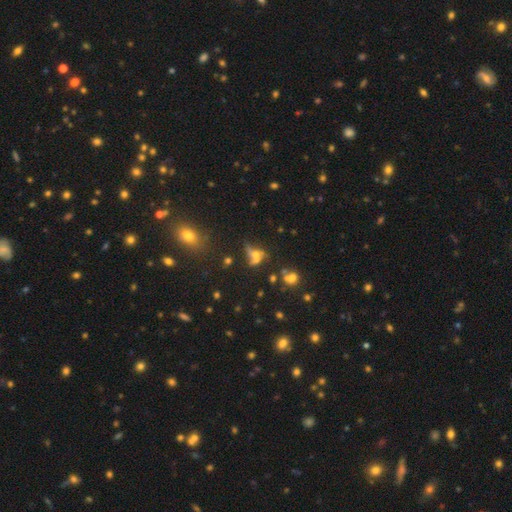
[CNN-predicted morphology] This is marginally a smooth galaxy (41%). Merging: marginally merger (38%).